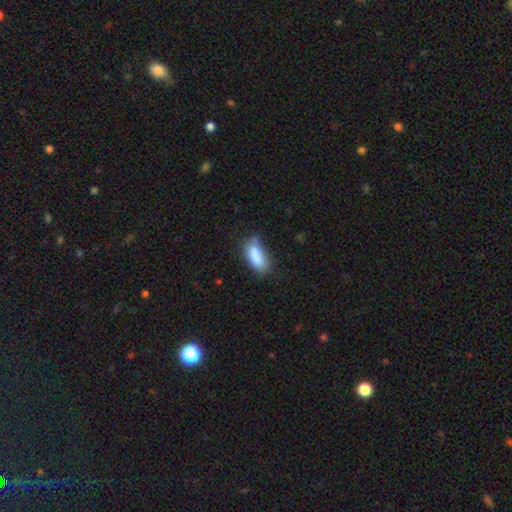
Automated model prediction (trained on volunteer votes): smooth-or-featured: smooth: 83% | featured or disk: 9% | star or artifact: 8%
  how-rounded: in between: 80% | cigar-shaped: 17% | round: 3%
  merging: none: 52% | minor disturbance: 32% | major disturbance: 11% | merger: 6%